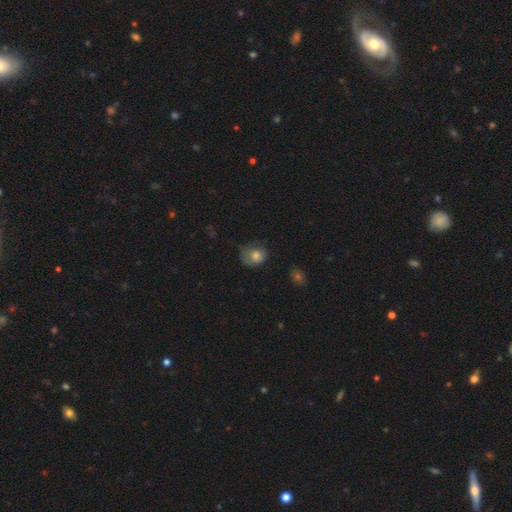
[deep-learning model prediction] Smooth or featured?
  - smooth: 74% *
  - featured or disk: 16%
  - star or artifact: 9%
How rounded?
  - round: 64% *
  - in between: 35%
  - cigar-shaped: 1%
Merging?
  - none: 46% *
  - minor disturbance: 32%
  - major disturbance: 20%
  - merger: 2%